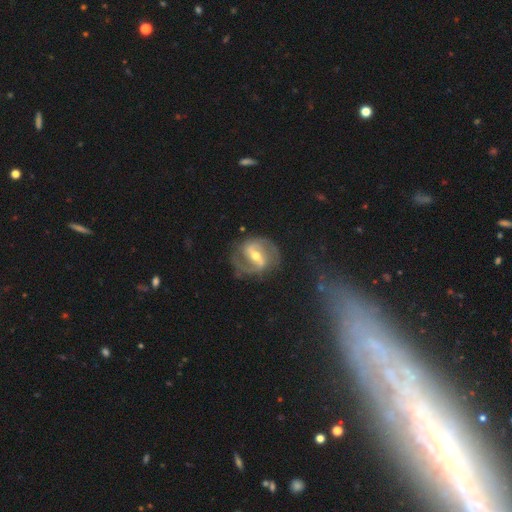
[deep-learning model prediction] Q: Smooth or featured?
A: featured or disk (88%); runner-up: smooth (7%)
Q: Edge-on disk?
A: no (97%); runner-up: yes (3%)
Q: Bar?
A: strong (50%); runner-up: weak (38%)
Q: Spiral arms?
A: yes (96%); runner-up: no (4%)
Q: Spiral winding?
A: medium (52%); runner-up: tight (29%)
Q: Spiral arm count?
A: 2 (89%); runner-up: can't tell (4%)
Q: Bulge size?
A: moderate (63%); runner-up: small (32%)
Q: Merging?
A: none (75%); runner-up: minor disturbance (16%)